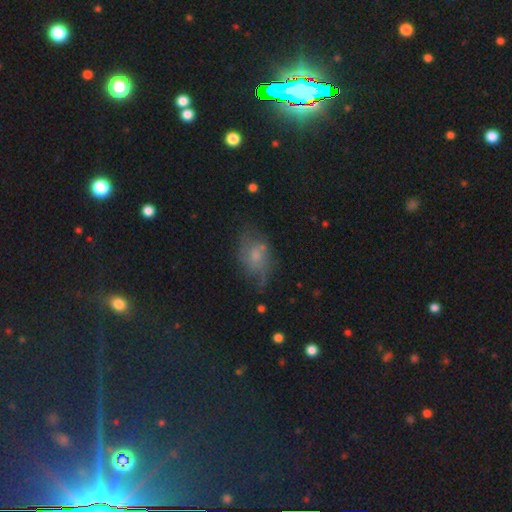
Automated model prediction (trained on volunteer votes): smooth-or-featured: smooth: 45% | featured or disk: 41% | star or artifact: 14%
  merging: none: 50% | minor disturbance: 29% | major disturbance: 17% | merger: 4%